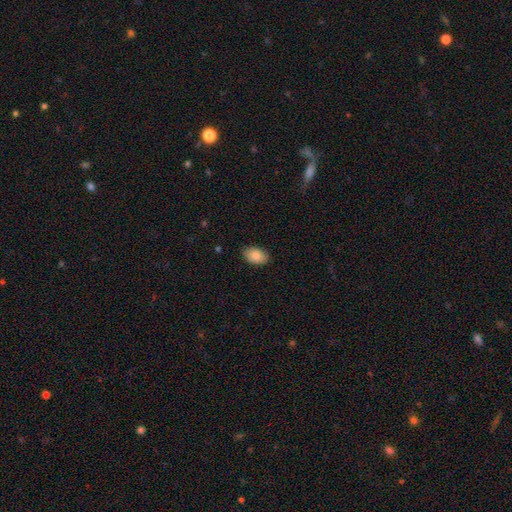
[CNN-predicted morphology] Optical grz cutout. It shows a smooth galaxy with no disk features (89%) that is in between round and cigar-shaped (90%). Merging: none (87%).